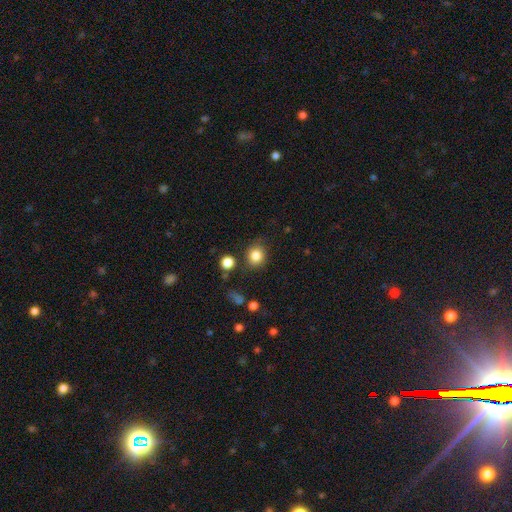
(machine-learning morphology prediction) Overall: smooth (83%). How rounded: round (75%). Merging: none (78%).